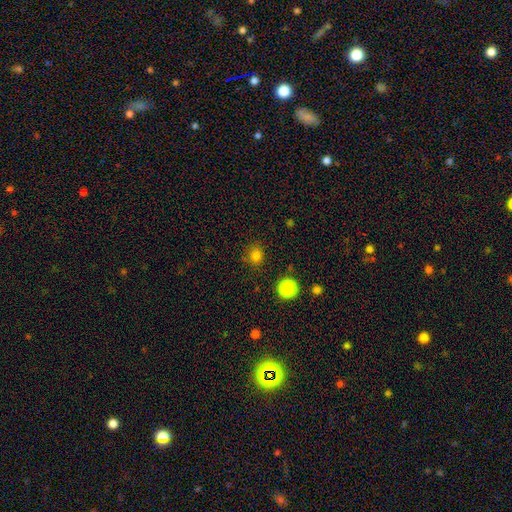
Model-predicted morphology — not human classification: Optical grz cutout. It shows a smooth galaxy with no disk features (79%) that is round (83%). Merging: none (83%).